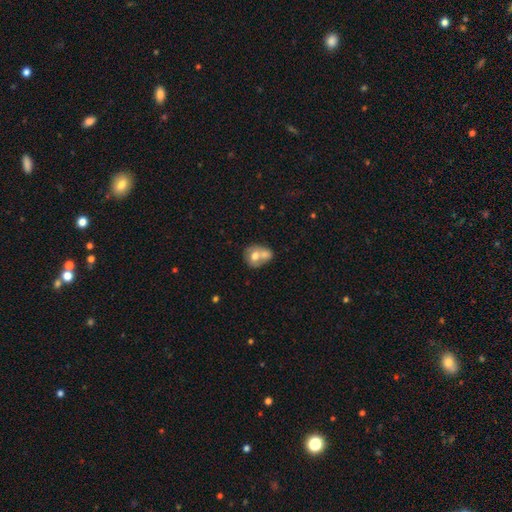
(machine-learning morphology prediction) The model was most divided on "how rounded": round: 59%, in between: 40%, cigar-shaped: 1%. More confident: merging — merger (65%); smooth or featured — smooth (64%).